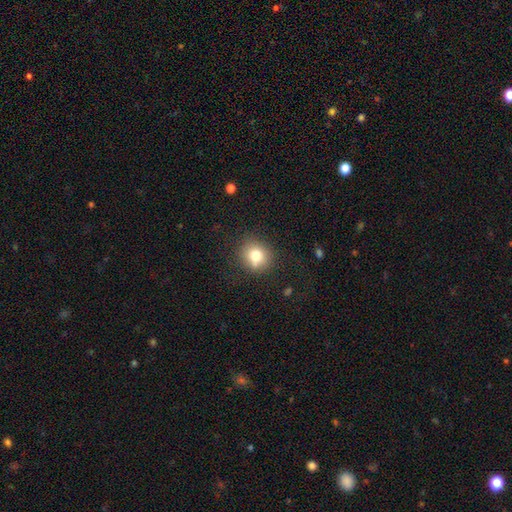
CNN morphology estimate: Q: Smooth or featured?
A: smooth (77%); runner-up: star or artifact (12%)
Q: How rounded?
A: round (83%); runner-up: in between (16%)
Q: Merging?
A: none (82%); runner-up: minor disturbance (12%)